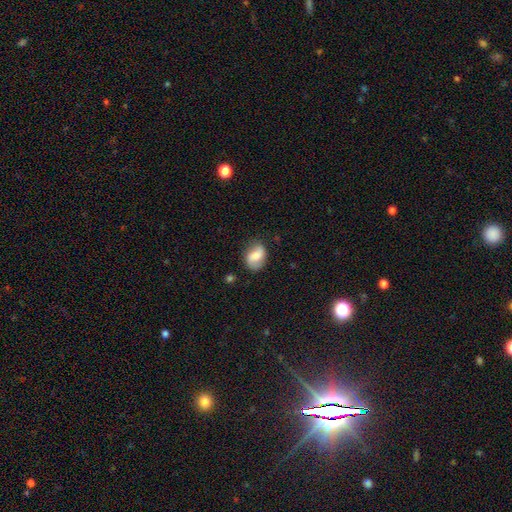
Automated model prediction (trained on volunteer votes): Q: Smooth or featured?
A: smooth (55%); runner-up: featured or disk (36%)
Q: How rounded?
A: in between (71%); runner-up: round (27%)
Q: Merging?
A: none (68%); runner-up: minor disturbance (23%)